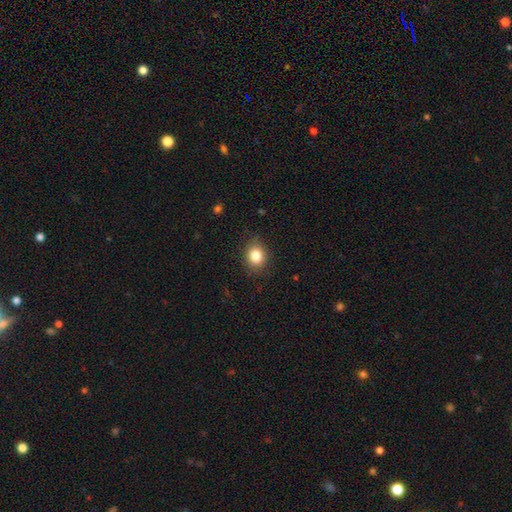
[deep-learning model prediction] The model was most divided on "how rounded": round: 61%, in between: 39%, cigar-shaped: 1%. More confident: smooth or featured — smooth (83%); merging — none (83%).